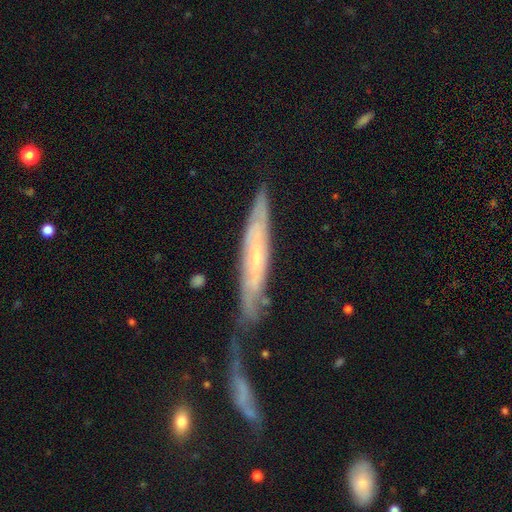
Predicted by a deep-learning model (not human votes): Smooth or featured?
  - featured or disk: 67% *
  - smooth: 26%
  - star or artifact: 7%
Edge-on disk?
  - yes: 50% * (tied)
  - no: 50% * (tied)
Merging?
  - none: 42% *
  - minor disturbance: 24%
  - merger: 21%
  - major disturbance: 13%